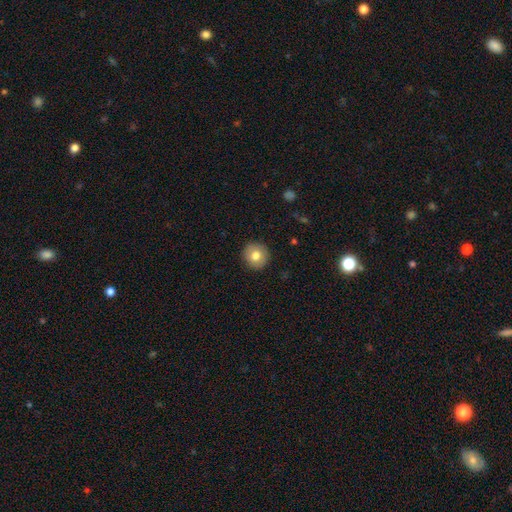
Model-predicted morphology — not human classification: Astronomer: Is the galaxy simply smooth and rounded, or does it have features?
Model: smooth — 78%.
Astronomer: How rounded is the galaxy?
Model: round — 92%.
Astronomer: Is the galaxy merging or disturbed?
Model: none — 91%.